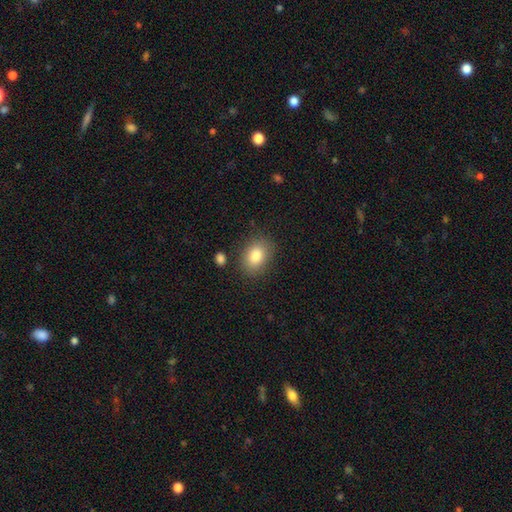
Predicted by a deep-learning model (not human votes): Q: Smooth or featured?
A: smooth (83%); runner-up: star or artifact (9%)
Q: How rounded?
A: in between (69%); runner-up: round (30%)
Q: Merging?
A: none (82%); runner-up: minor disturbance (12%)